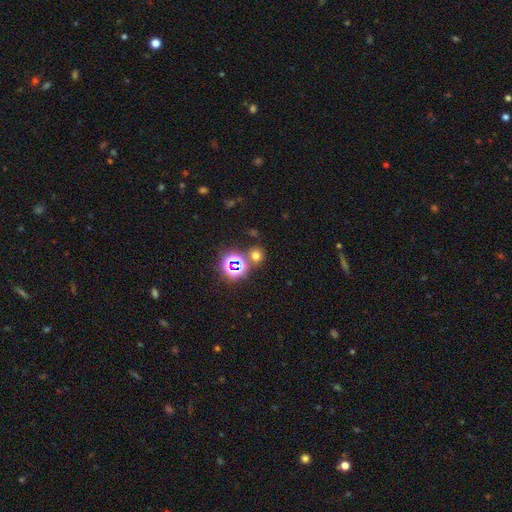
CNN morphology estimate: Smooth or featured? Predicted: smooth (p=0.60). How rounded? Predicted: round (p=0.84). Merging? Predicted: none (p=0.76).